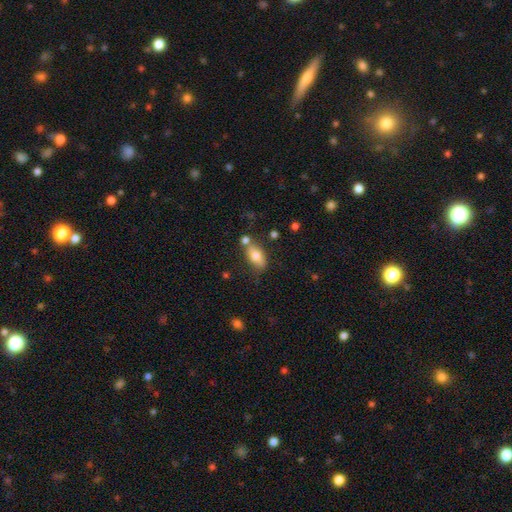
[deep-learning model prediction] Smooth or featured? Predicted: smooth (p=0.74). How rounded? Predicted: in between (p=0.88). Merging? Predicted: none (p=0.60).